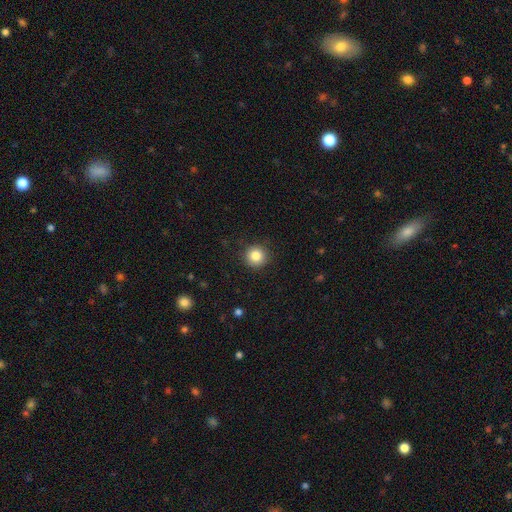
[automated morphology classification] Smooth or featured?
  - smooth: 84% *
  - star or artifact: 10%
  - featured or disk: 5%
How rounded?
  - round: 94% *
  - in between: 5%
  - cigar-shaped: 1%
Merging?
  - none: 90% *
  - minor disturbance: 7%
  - major disturbance: 2%
  - merger: 1%